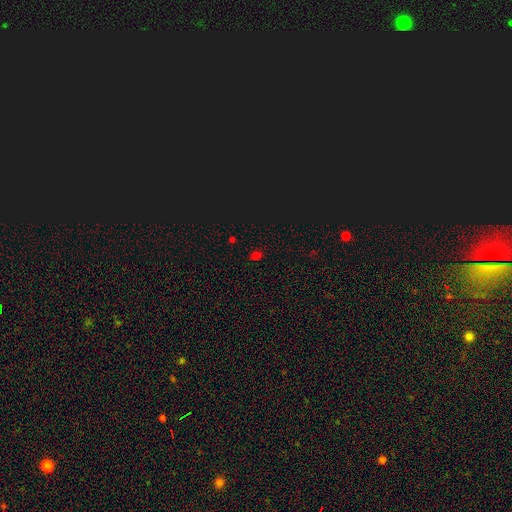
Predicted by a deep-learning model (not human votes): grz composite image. It shows a smooth galaxy with no disk features (51%) that is in between round and cigar-shaped (57%). Merging: none (82%).